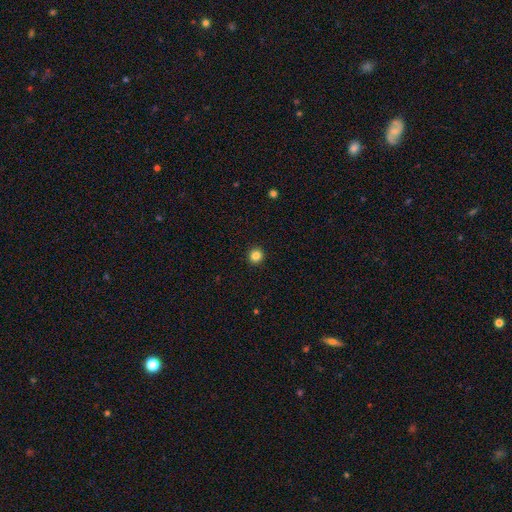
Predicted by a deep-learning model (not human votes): A smooth galaxy with no disk features (85%) that is round (94%).

Vote fractions:
- Smooth or featured? smooth: 85% / star or artifact: 11% / featured or disk: 4%
- How rounded? round: 94% / in between: 5% / cigar-shaped: 1%
- Merging? none: 94% / minor disturbance: 4% / major disturbance: 2% / merger: 1%